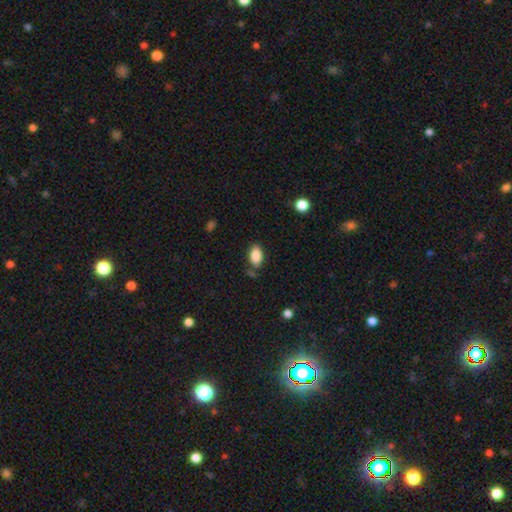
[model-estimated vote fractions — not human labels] Overall: smooth (87%). How rounded: in between (92%). Merging: none (74%).